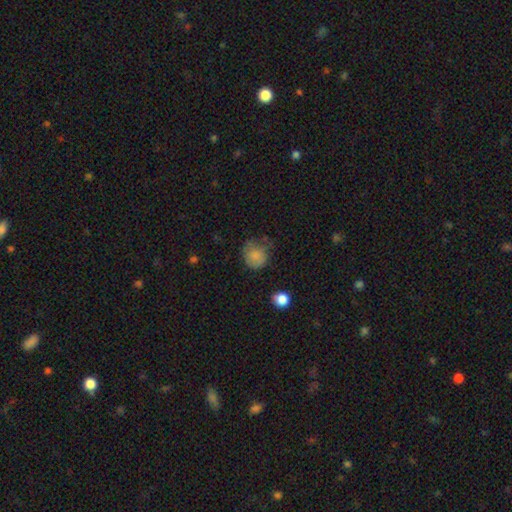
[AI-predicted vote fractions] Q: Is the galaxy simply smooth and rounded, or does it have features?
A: smooth — 79%.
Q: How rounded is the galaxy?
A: round — 81%.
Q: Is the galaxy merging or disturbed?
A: none — 53%.